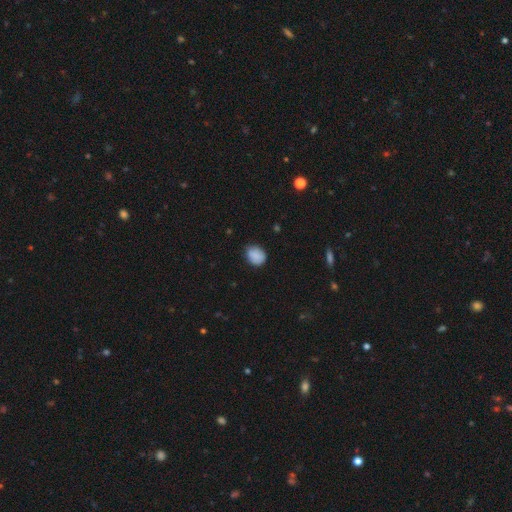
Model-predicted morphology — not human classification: Overall: smooth (86%). How rounded: round (52%; in between 47%). Merging: none (76%).